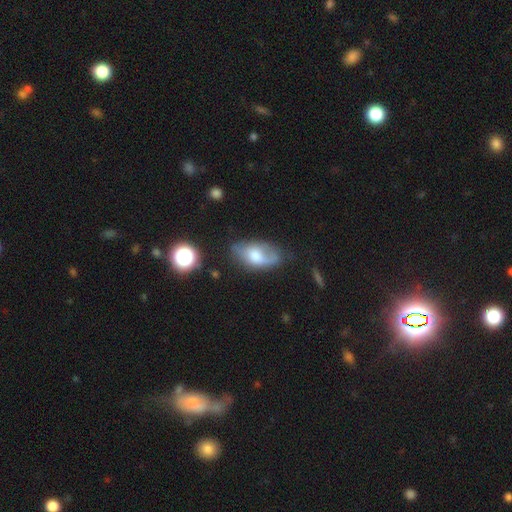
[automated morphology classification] This is possibly a smooth galaxy (52%). How rounded: clearly in between (90%). Merging: possibly none (51%).